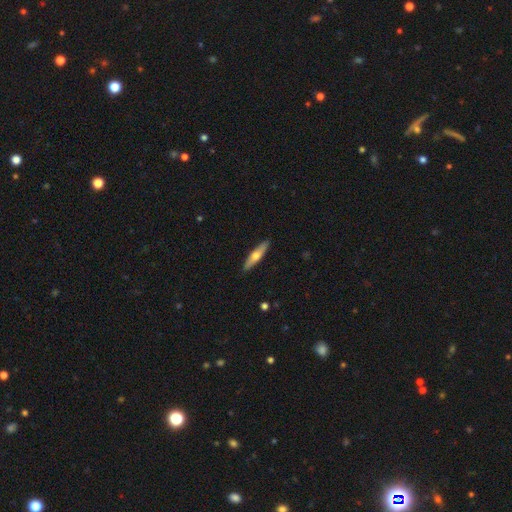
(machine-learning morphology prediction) This appears to be a smooth galaxy with no disk features (53%) that is cigar-shaped (80%). Merging: none (90%).